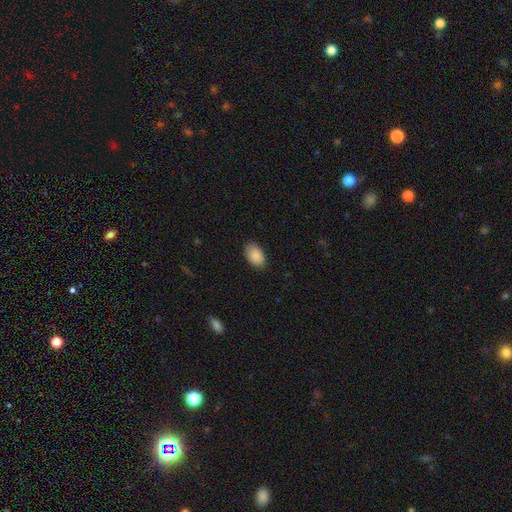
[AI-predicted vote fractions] Morphology: type=smooth (89%); roundness=in between (92%); merging=none (85%).